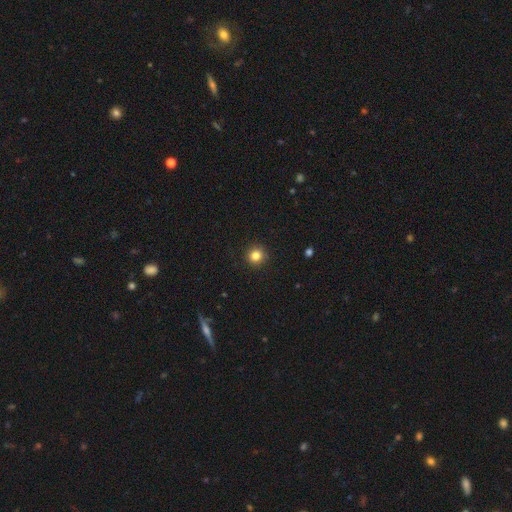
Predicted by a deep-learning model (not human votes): The model was most divided on "smooth or featured": smooth: 83%, star or artifact: 12%, featured or disk: 5%. More confident: how rounded — round (91%); merging — none (91%).